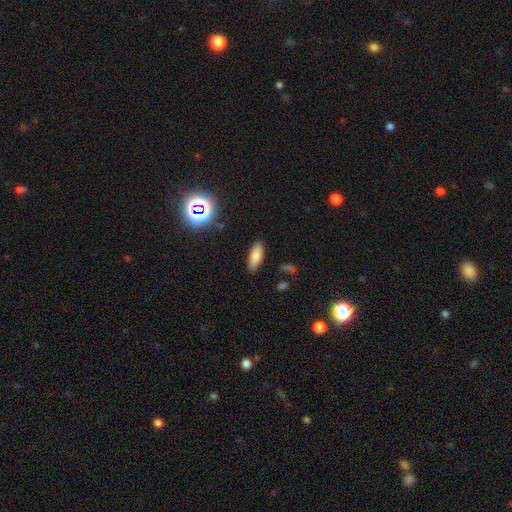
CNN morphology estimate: smooth-or-featured: smooth: 80% | star or artifact: 11% | featured or disk: 9%
  how-rounded: in between: 78% | cigar-shaped: 20% | round: 3%
  merging: none: 86% | minor disturbance: 10% | major disturbance: 2% | merger: 1%